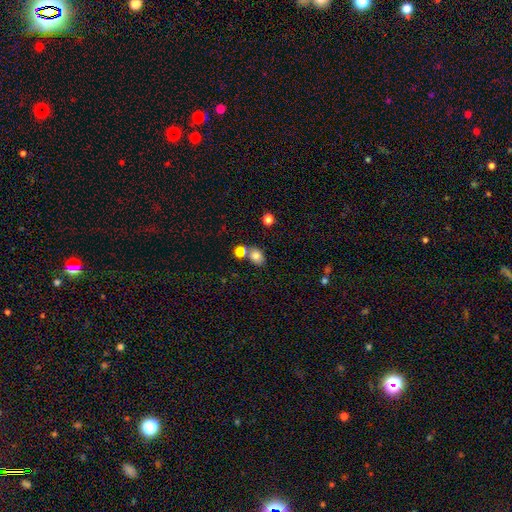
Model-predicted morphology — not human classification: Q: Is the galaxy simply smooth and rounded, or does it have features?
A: smooth — 79%.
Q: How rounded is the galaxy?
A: in between — 62%.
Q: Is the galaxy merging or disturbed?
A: none — 51%.